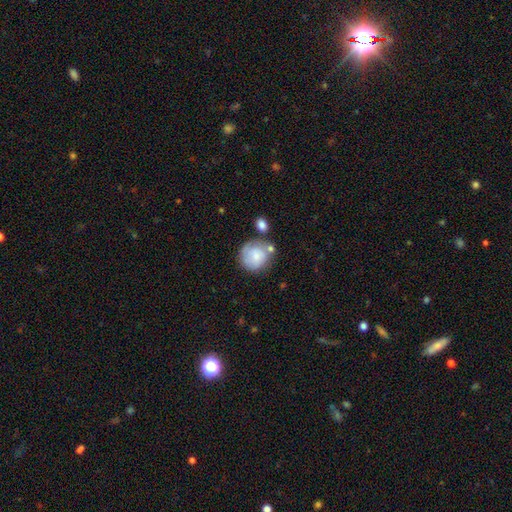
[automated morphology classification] A smooth galaxy with no disk features (69%) that is round (85%). Merging: none (52%).